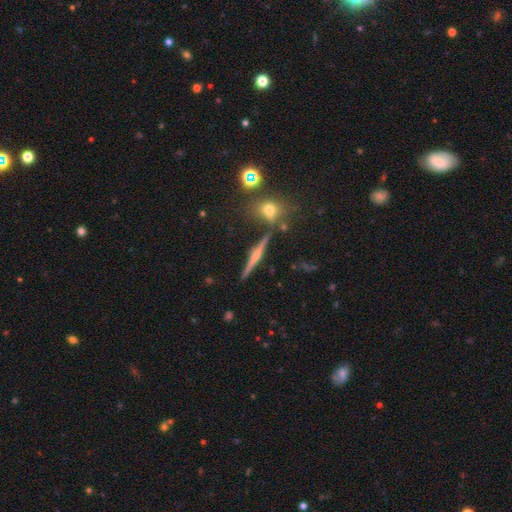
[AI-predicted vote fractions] featured or disk 68%, smooth 20%, star or artifact 13%. Down the decision tree: edge-on disk — yes (96%); edge-on bulge — rounded (75%); merging — none (84%).